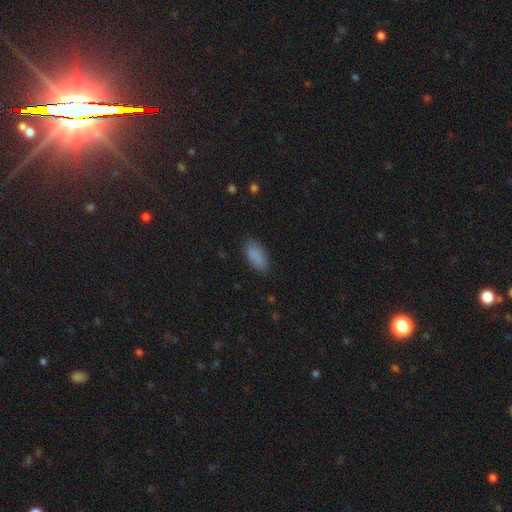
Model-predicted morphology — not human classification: type=smooth (87%); roundness=in between (90%); merging=none (81%).